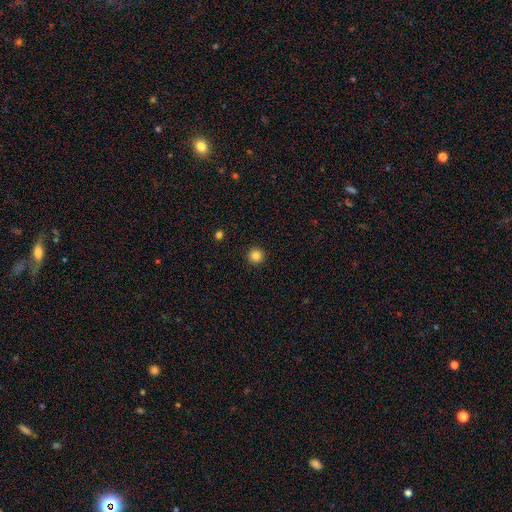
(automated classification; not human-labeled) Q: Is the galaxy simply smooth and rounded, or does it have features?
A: smooth — 85%.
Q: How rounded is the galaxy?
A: round — 96%.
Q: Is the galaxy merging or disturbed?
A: none — 93%.